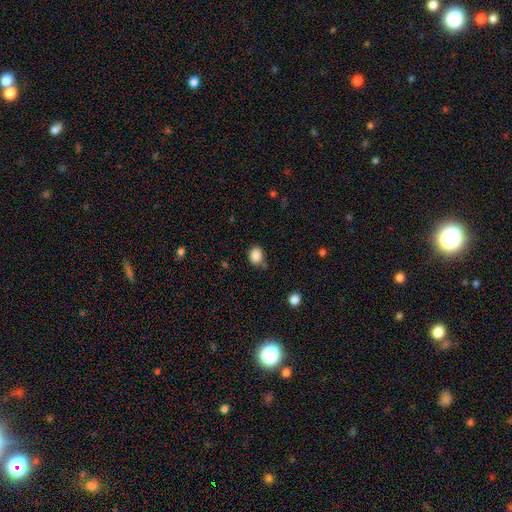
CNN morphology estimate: smooth 87%, star or artifact 10%, featured or disk 4%. Down the decision tree: how rounded — in between (54%); merging — none (71%).